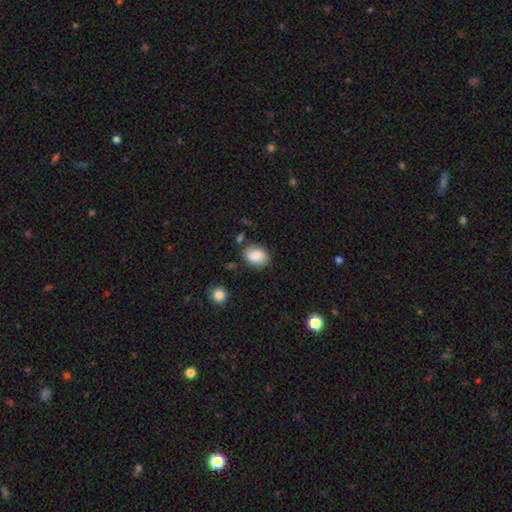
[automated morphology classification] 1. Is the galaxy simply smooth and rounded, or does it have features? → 86% smooth, 8% star or artifact, 7% featured or disk.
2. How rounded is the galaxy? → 63% in between, 37% round, 1% cigar-shaped.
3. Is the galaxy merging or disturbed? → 76% none, 16% minor disturbance, 5% merger, 4% major disturbance.